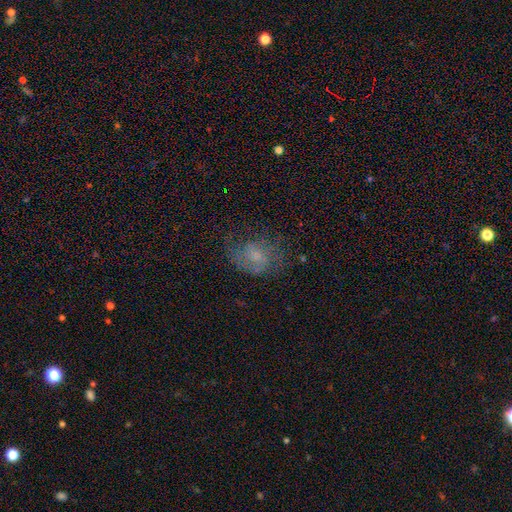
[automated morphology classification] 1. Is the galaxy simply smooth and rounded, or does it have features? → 44% featured or disk, 42% smooth, 14% star or artifact.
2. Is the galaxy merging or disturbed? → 55% none, 23% minor disturbance, 20% major disturbance, 2% merger.